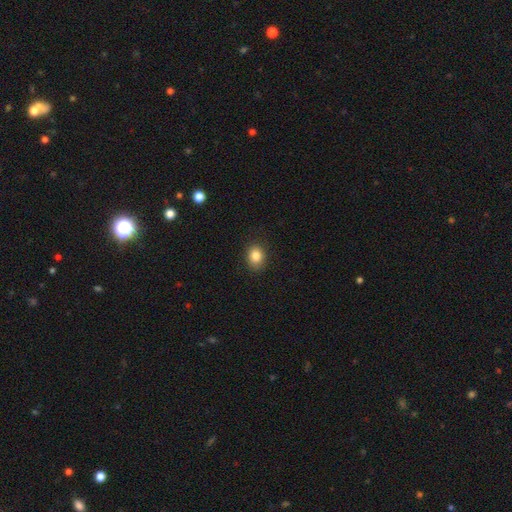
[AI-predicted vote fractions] Overall: smooth (85%). How rounded: in between (50%; round 49%). Merging: none (87%).